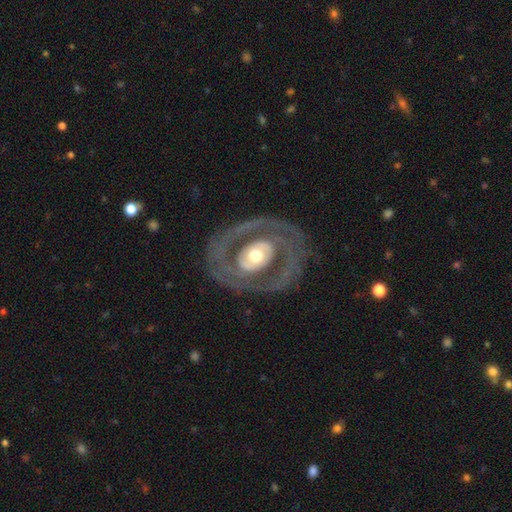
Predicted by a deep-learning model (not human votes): The model was most divided on "spiral winding": tight: 52%, medium: 35%, loose: 13%. More confident: edge-on disk — no (96%); smooth or featured — featured or disk (83%); merging — none (78%); spiral arms — yes (73%); spiral arm count — 2 (70%); bar — no (65%); bulge size — moderate (64%).